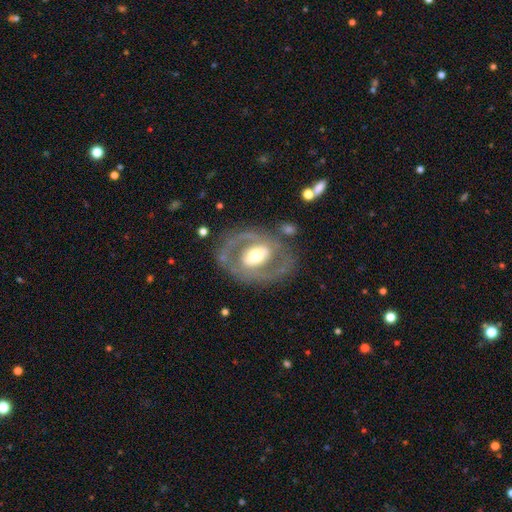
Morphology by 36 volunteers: Smooth or featured? 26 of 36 (72%) said featured or disk. Edge-on disk? 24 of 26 (92%) said no. Bar? 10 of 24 (42%) said no. Spiral arms? 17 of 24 (71%) said no. Bulge size? 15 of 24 (62%) said moderate. Merging? 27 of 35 (77%) said none.